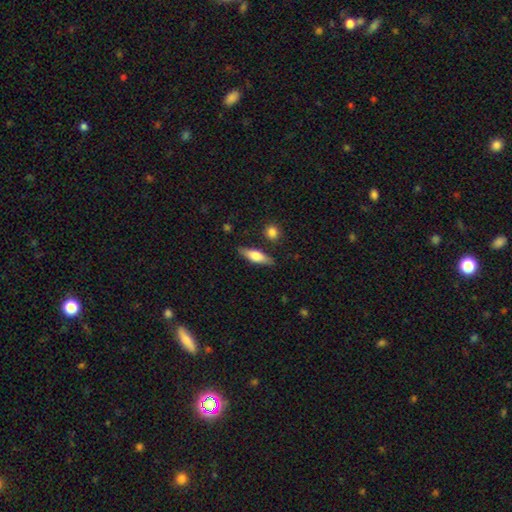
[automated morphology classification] Overall: smooth (61%; featured or disk 33%). How rounded: cigar-shaped (52%; in between 45%). Merging: none (83%).